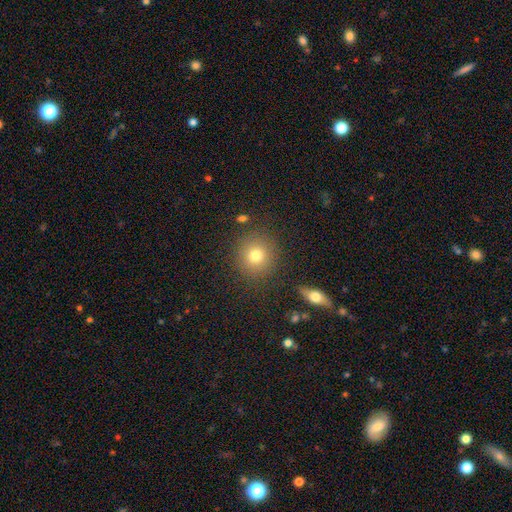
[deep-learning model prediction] Smooth or featured: smooth — 76% (star or artifact — 13%)
How rounded: round — 90% (in between — 9%)
Merging: none — 86% (minor disturbance — 8%)